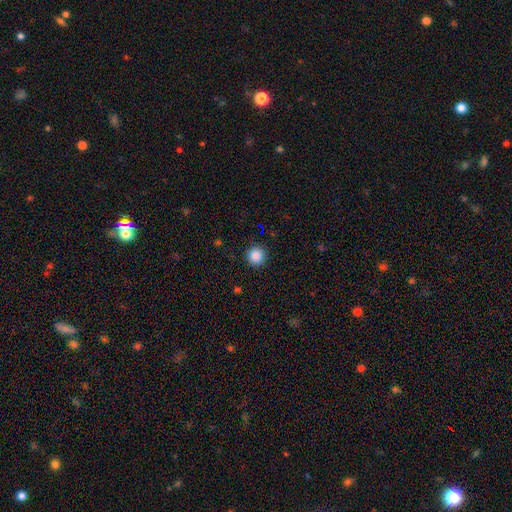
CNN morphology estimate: Smooth or featured? Predicted: smooth (p=0.87). How rounded? Predicted: round (p=0.95). Merging? Predicted: none (p=0.91).